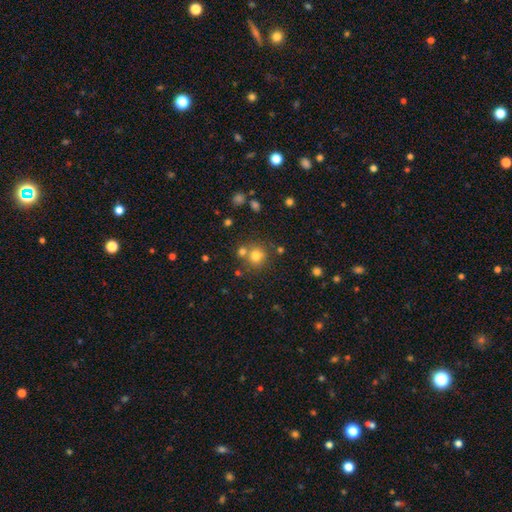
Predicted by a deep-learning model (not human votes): Morphology: type=smooth (76%); roundness=round (88%); merging=none (67%).